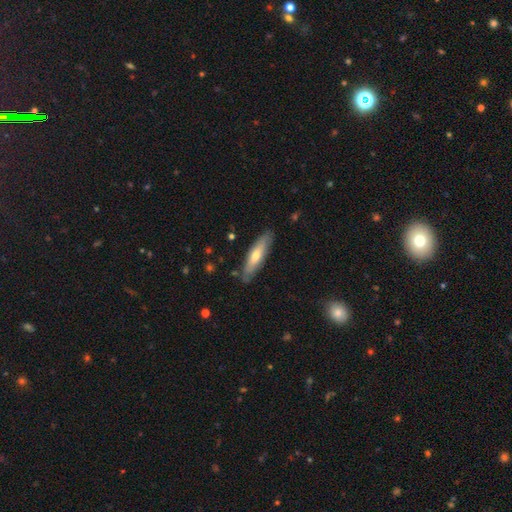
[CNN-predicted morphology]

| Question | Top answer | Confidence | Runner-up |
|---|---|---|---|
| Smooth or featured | smooth | 54% | featured or disk (40%) |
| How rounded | cigar-shaped | 69% | in between (29%) |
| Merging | none | 83% | minor disturbance (12%) |